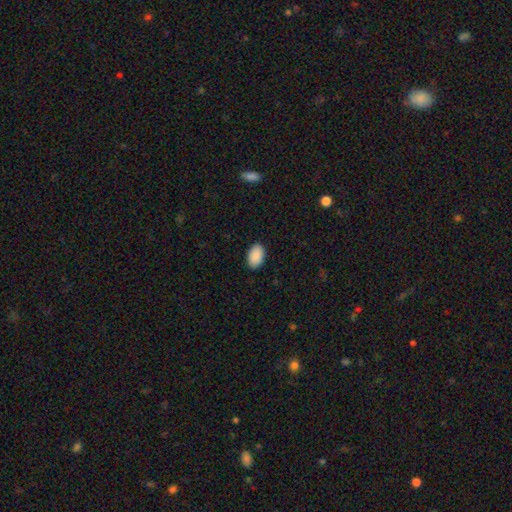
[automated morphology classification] Smooth or featured? smooth (91%)
How rounded? in between (91%)
Merging? none (89%)